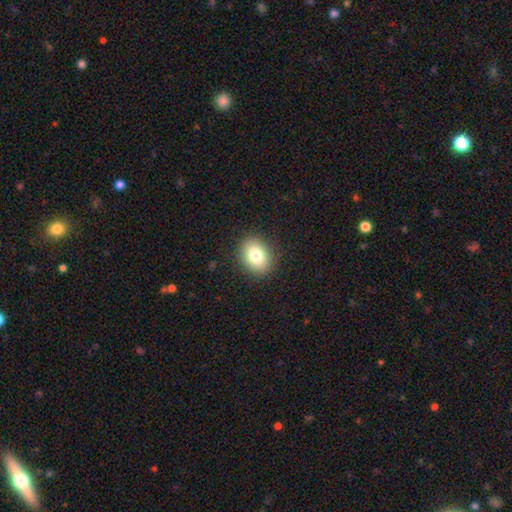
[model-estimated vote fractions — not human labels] Q: Smooth or featured?
A: smooth (80%); runner-up: featured or disk (11%)
Q: How rounded?
A: in between (56%); runner-up: round (43%)
Q: Merging?
A: none (88%); runner-up: minor disturbance (8%)